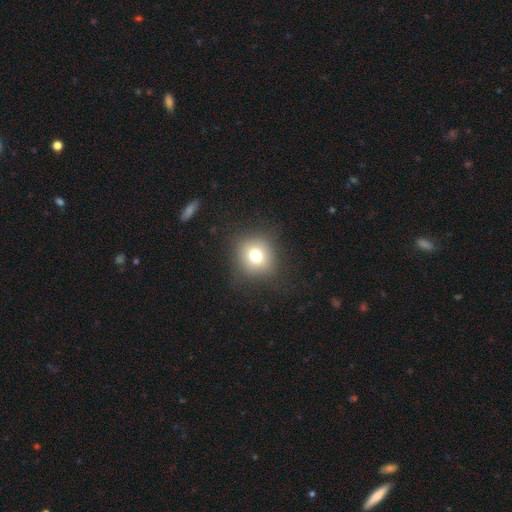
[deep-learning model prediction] A smooth galaxy with no disk features (74%) that is round (86%).

Vote fractions:
- Smooth or featured? smooth: 74% / star or artifact: 14% / featured or disk: 12%
- How rounded? round: 86% / in between: 13% / cigar-shaped: 1%
- Merging? none: 86% / minor disturbance: 9% / major disturbance: 4% / merger: 1%